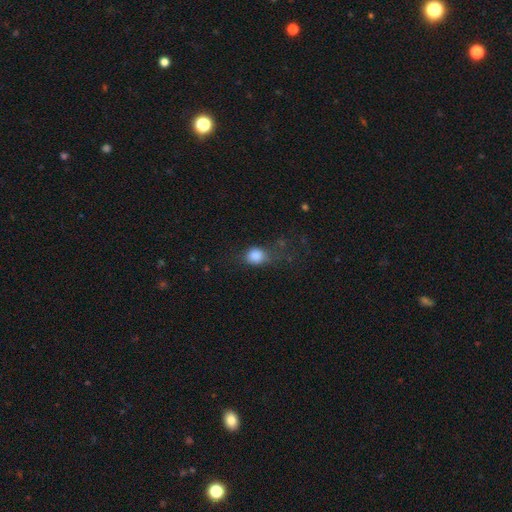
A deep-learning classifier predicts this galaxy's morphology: Smooth or featured?
  - smooth: 83% *
  - star or artifact: 11%
  - featured or disk: 7%
How rounded?
  - round: 63% *
  - in between: 35%
  - cigar-shaped: 2%
Merging?
  - none: 47% *
  - minor disturbance: 28%
  - major disturbance: 22%
  - merger: 4%